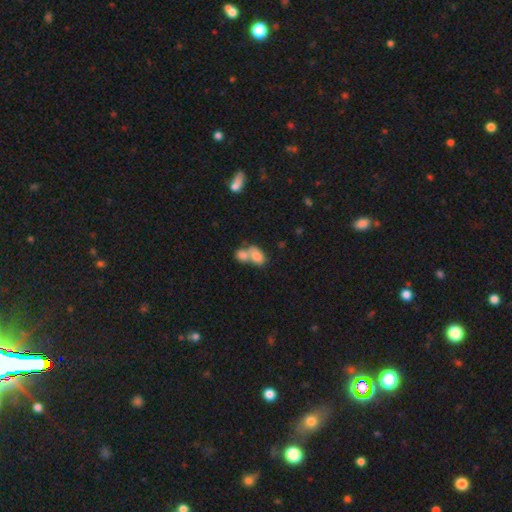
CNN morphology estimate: Smooth or featured: smooth — 78% (featured or disk — 13%)
How rounded: in between — 81% (round — 17%)
Merging: merger — 70% (none — 19%)